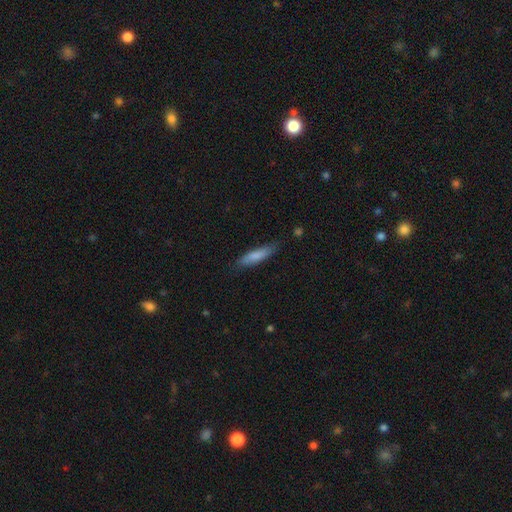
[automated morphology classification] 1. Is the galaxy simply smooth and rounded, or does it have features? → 79% smooth, 15% featured or disk, 6% star or artifact.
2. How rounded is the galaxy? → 71% cigar-shaped, 28% in between, 2% round.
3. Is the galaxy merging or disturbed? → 76% none, 19% minor disturbance, 4% major disturbance, 2% merger.